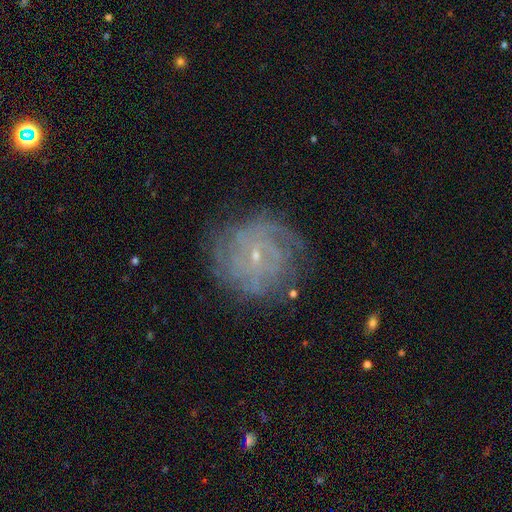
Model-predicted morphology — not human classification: Smooth or featured: featured or disk — 76% (smooth — 13%)
Edge-on disk: no — 97% (yes — 3%)
Bar: no — 58% (weak — 35%)
Spiral arms: yes — 92% (no — 8%)
Spiral winding: tight — 70% (medium — 23%)
Spiral arm count: can't tell — 42% (2 — 14%)
Bulge size: small — 85% (moderate — 11%)
Merging: none — 76% (minor disturbance — 15%)